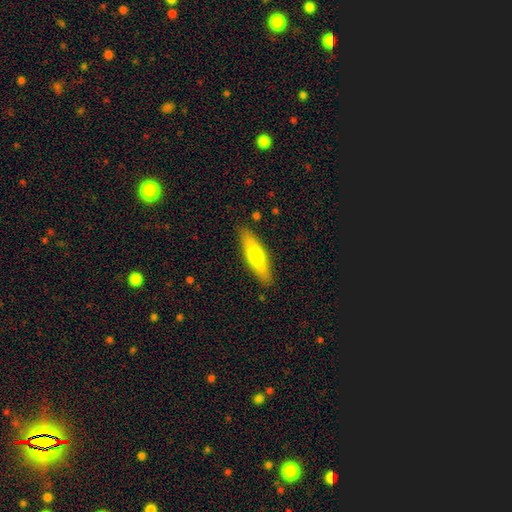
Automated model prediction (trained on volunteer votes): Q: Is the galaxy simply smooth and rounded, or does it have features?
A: smooth — 60%.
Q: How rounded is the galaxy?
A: cigar-shaped — 65%.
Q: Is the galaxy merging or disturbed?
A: none — 88%.